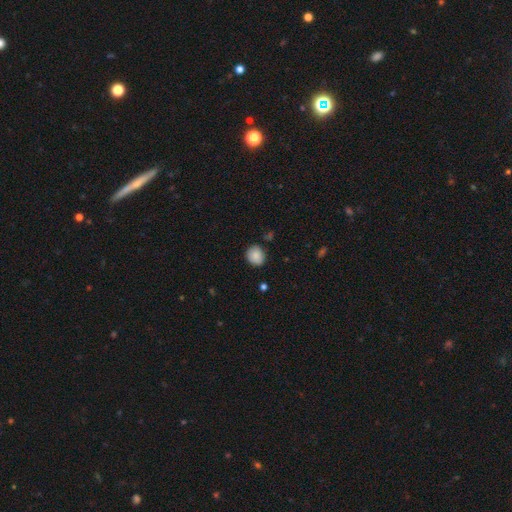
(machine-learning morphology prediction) smooth_or_featured: smooth (p=0.87) [alt: star or artifact p=0.08]
how_rounded: round (p=0.80) [alt: in between p=0.19]
merging: none (p=0.85) [alt: minor disturbance p=0.11]